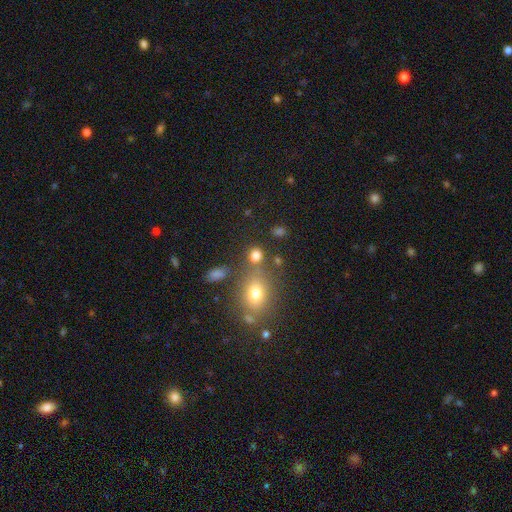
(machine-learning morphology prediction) Overall: smooth (78%). How rounded: round (72%). Merging: none (67%).